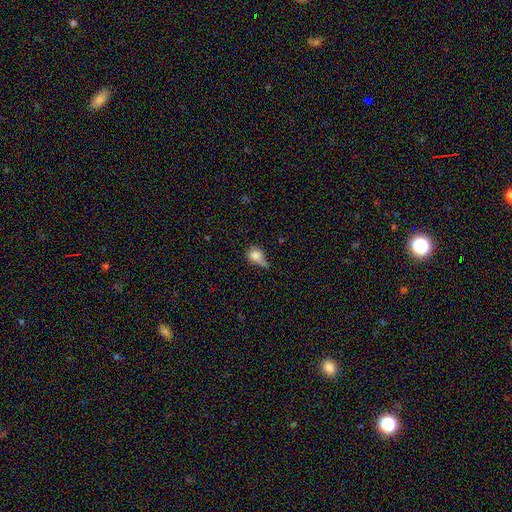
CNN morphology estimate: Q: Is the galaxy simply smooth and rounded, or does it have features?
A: smooth — 76%.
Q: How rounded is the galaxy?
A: round — 49%.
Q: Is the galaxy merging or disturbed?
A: minor disturbance — 37%.